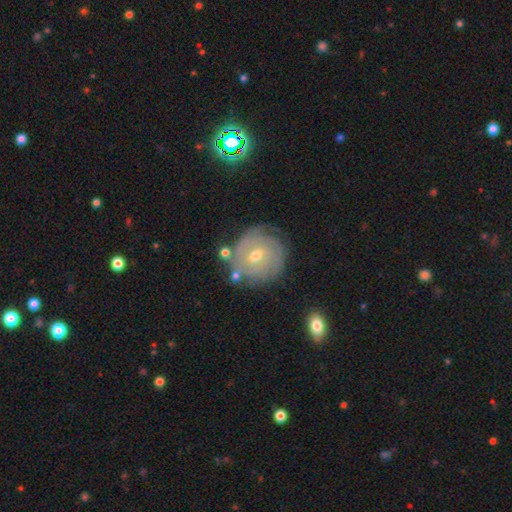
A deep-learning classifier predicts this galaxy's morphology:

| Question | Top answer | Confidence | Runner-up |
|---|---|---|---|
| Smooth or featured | featured or disk | 83% | smooth (10%) |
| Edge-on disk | no | 98% | yes (2%) |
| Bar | weak | 46% | no (45%) |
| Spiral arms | yes | 95% | no (5%) |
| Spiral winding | tight | 80% | medium (16%) |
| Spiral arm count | can't tell | 31% | 3 (25%) |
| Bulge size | moderate | 54% | small (43%) |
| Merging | none | 78% | minor disturbance (15%) |